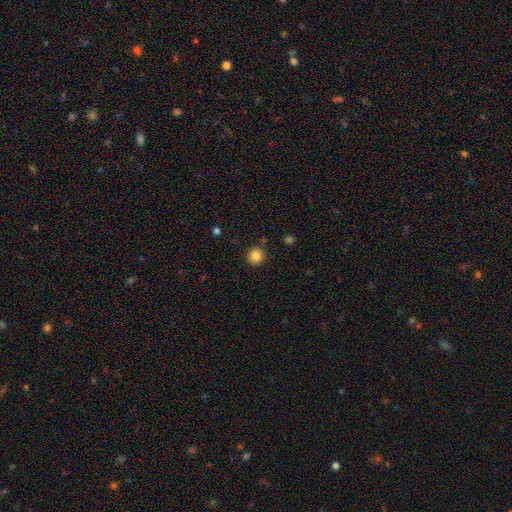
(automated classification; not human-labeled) A smooth galaxy with no disk features (84%) that is round (94%).

Vote fractions:
- Smooth or featured? smooth: 84% / star or artifact: 11% / featured or disk: 5%
- How rounded? round: 94% / in between: 5% / cigar-shaped: 1%
- Merging? none: 88% / minor disturbance: 7% / merger: 3% / major disturbance: 2%